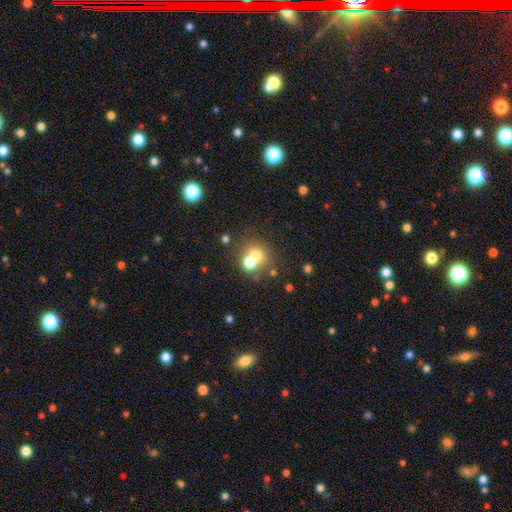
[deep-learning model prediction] The model was most divided on "merging": merger: 47%, none: 42%, minor disturbance: 7%, major disturbance: 4%. More confident: how rounded — round (79%); smooth or featured — smooth (66%).